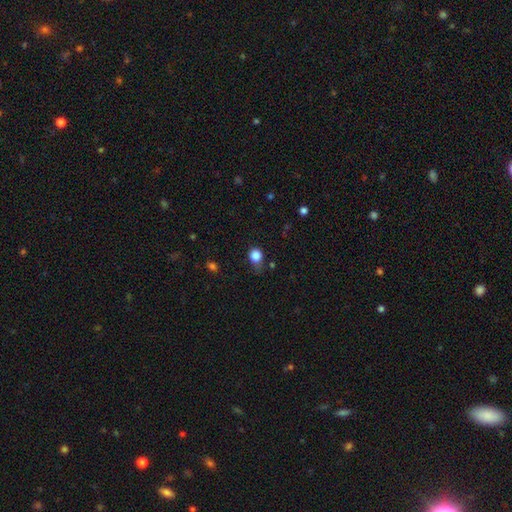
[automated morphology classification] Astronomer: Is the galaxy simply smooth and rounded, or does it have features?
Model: smooth — 85%.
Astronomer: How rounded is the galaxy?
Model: round — 74%.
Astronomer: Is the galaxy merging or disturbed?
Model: none — 56% (runner-up: minor disturbance, 32%).